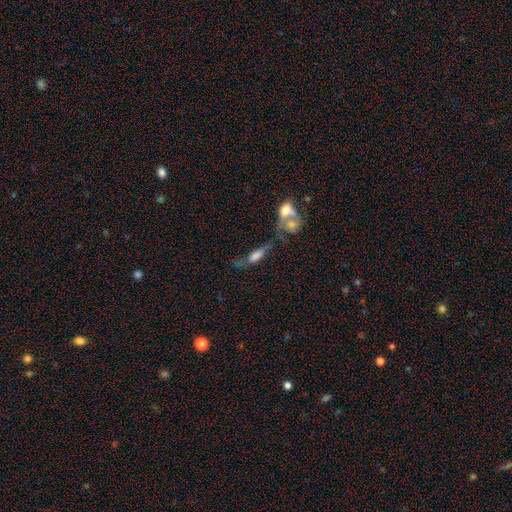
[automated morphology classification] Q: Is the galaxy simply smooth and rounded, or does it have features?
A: smooth — 47%.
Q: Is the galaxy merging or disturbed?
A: merger — 35%.